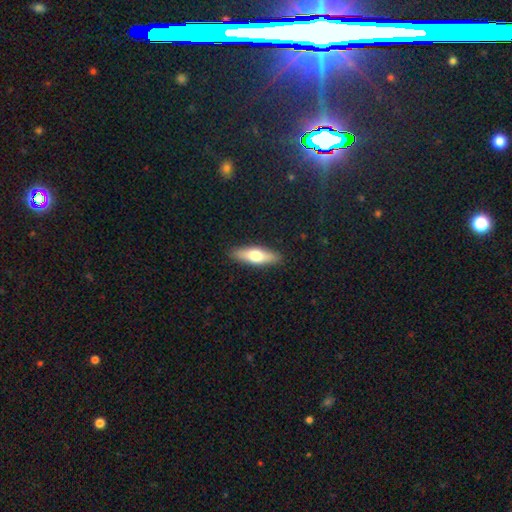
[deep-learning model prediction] A smooth galaxy with no disk features (63%) that is cigar-shaped (53%). Merging: none (89%).